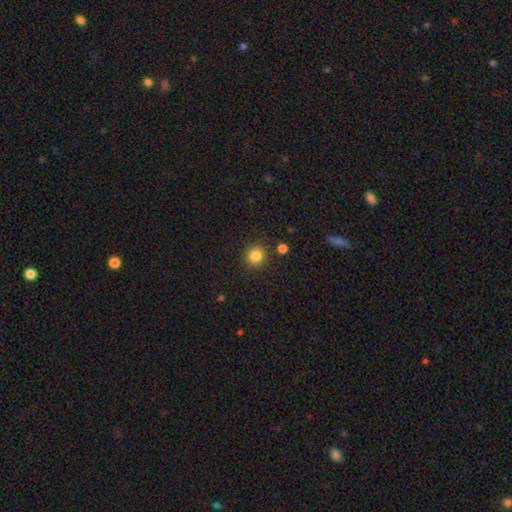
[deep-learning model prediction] This appears to be a smooth galaxy with no disk features (83%) that is round (86%). Merging: none (86%).